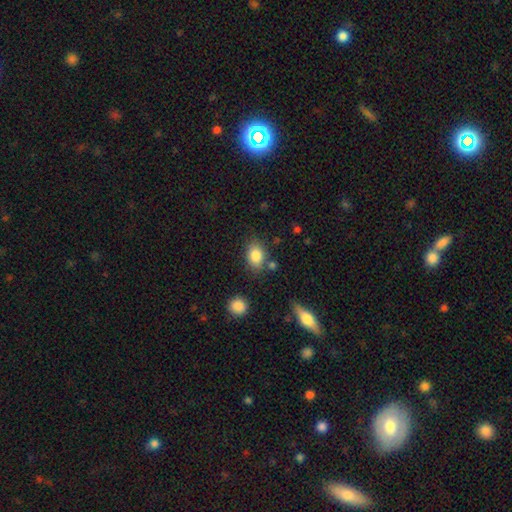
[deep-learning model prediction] Overall: smooth (84%). How rounded: in between (70%). Merging: none (74%).